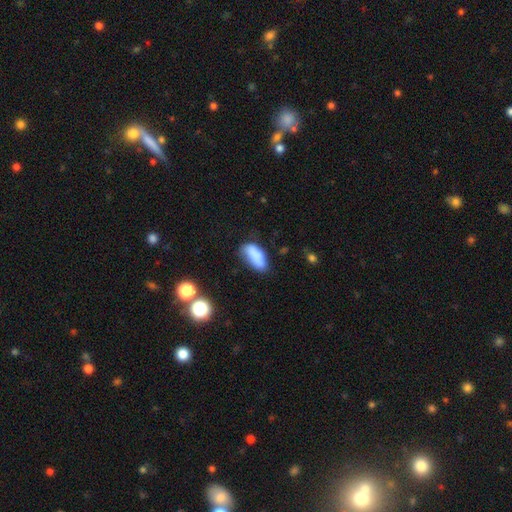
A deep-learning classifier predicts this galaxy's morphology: smooth-or-featured: smooth: 79% | featured or disk: 12% | star or artifact: 9%
  how-rounded: in between: 81% | cigar-shaped: 17% | round: 3%
  merging: none: 55% | minor disturbance: 29% | major disturbance: 10% | merger: 6%